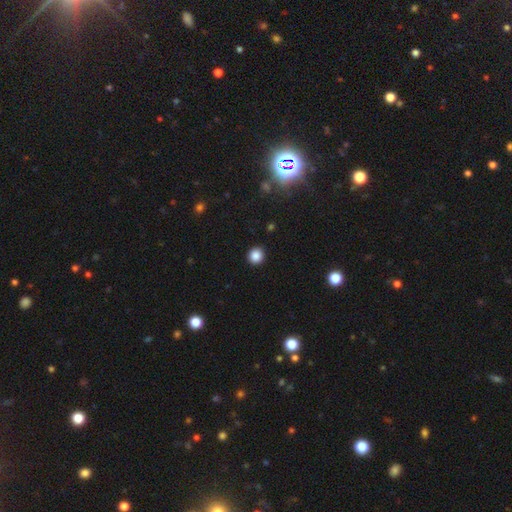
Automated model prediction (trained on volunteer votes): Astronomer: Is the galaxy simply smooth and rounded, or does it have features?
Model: smooth — 86%.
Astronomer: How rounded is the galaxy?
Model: round — 91%.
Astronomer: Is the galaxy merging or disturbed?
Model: none — 92%.